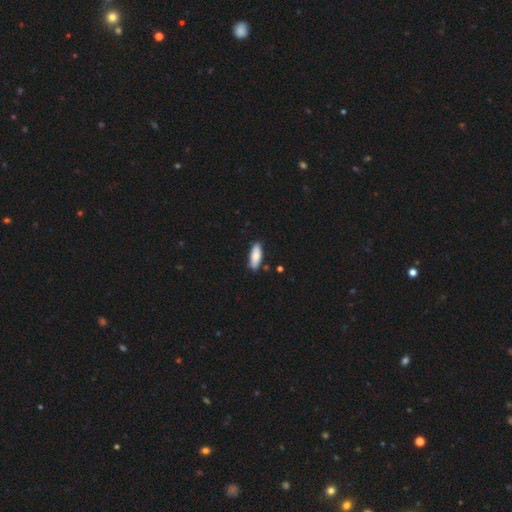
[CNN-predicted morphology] This is clearly a smooth galaxy (85%). How rounded: likely in between (68%). Merging: clearly none (84%).